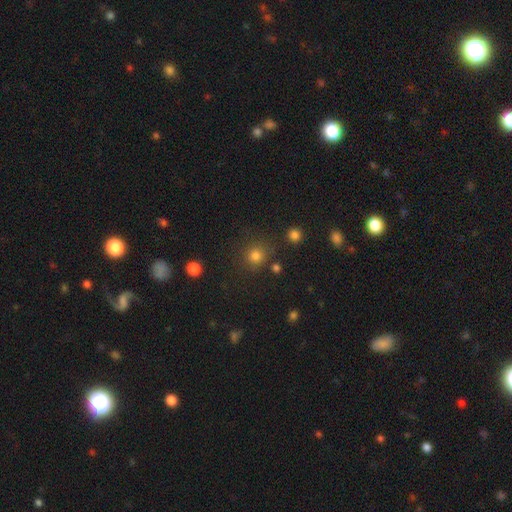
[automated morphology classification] type=smooth (79%); roundness=round (91%); merging=none (82%).